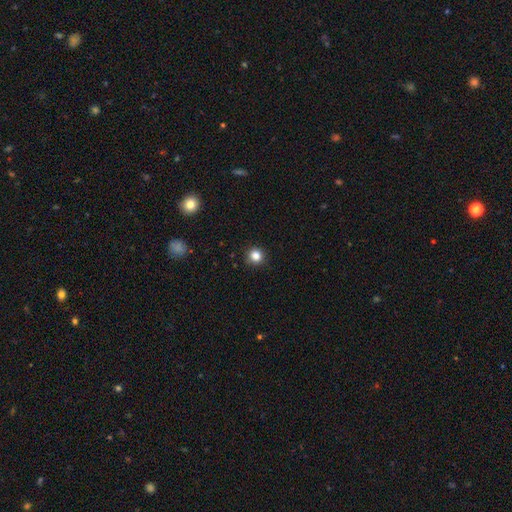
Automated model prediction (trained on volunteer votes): smooth 84%, star or artifact 12%, featured or disk 4%. Down the decision tree: how rounded — round (93%); merging — none (90%).